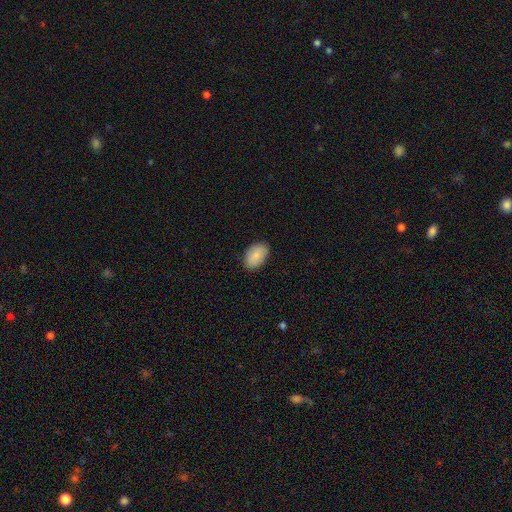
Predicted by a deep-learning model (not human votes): smooth-or-featured: smooth: 88% | featured or disk: 6% | star or artifact: 6%
  how-rounded: in between: 91% | round: 7% | cigar-shaped: 1%
  merging: none: 86% | minor disturbance: 11% | major disturbance: 2% | merger: 1%